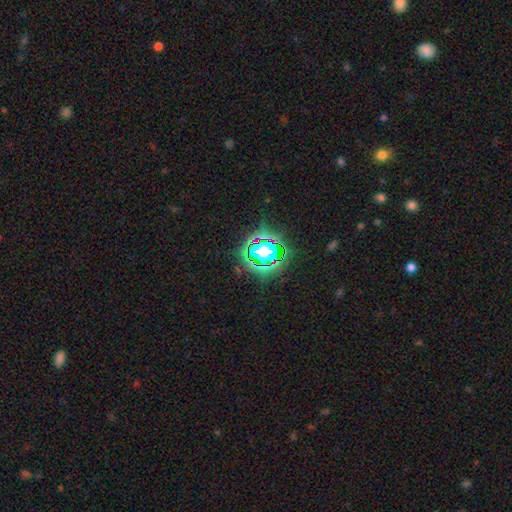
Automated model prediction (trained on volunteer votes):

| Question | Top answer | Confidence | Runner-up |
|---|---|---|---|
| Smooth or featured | star or artifact | 74% | smooth (16%) |